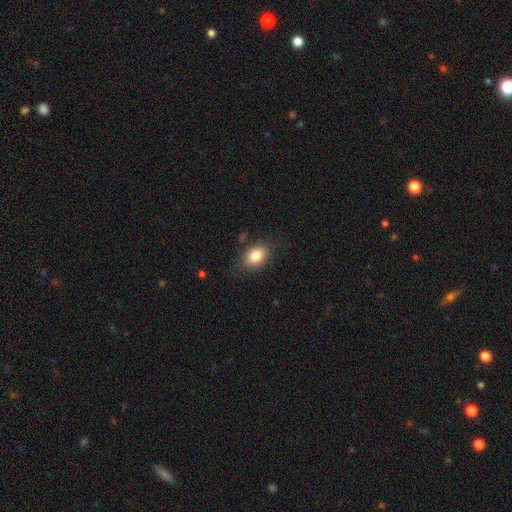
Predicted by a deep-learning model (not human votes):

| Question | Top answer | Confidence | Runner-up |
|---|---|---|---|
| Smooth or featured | smooth | 83% | featured or disk (9%) |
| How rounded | in between | 84% | round (15%) |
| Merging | none | 81% | minor disturbance (14%) |